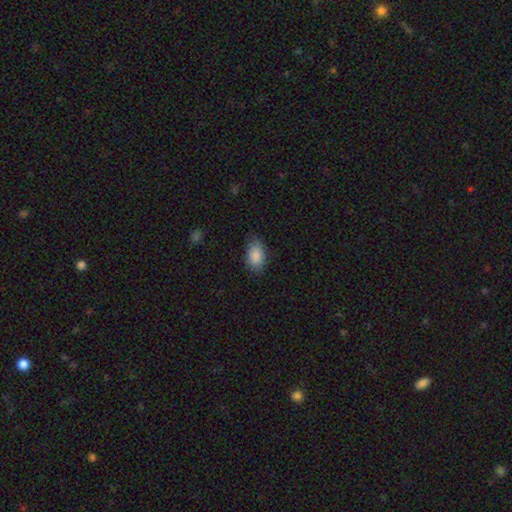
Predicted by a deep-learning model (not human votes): Smooth or featured: smooth — 88% (star or artifact — 7%)
How rounded: in between — 92% (round — 7%)
Merging: none — 79% (minor disturbance — 16%)